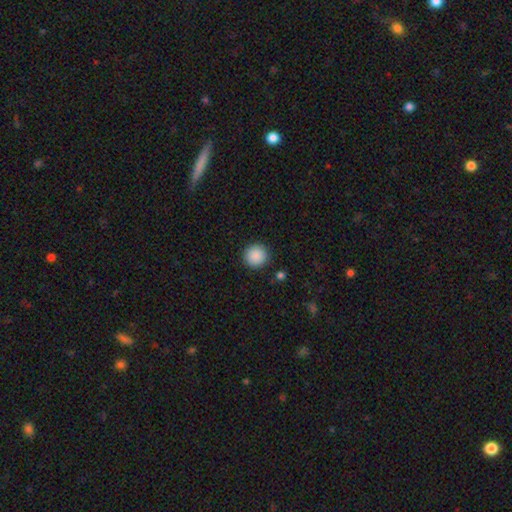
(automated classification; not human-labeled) Smooth or featured? Predicted: smooth (p=0.89). How rounded? Predicted: round (p=0.95). Merging? Predicted: none (p=0.92).